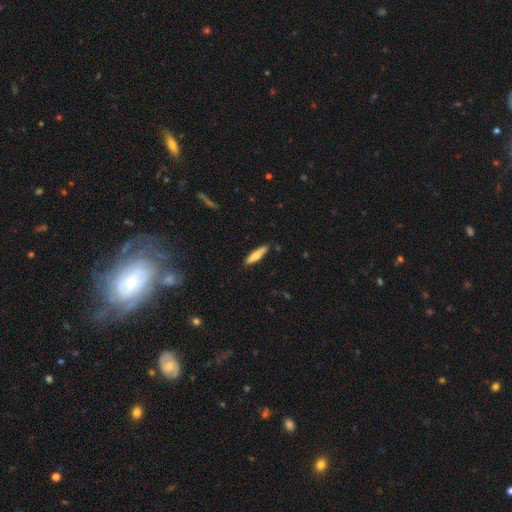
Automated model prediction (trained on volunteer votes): A smooth galaxy with no disk features (59%) that is cigar-shaped (78%).

Vote fractions:
- Smooth or featured? smooth: 59% / featured or disk: 35% / star or artifact: 6%
- How rounded? cigar-shaped: 78% / in between: 20% / round: 2%
- Merging? none: 87% / minor disturbance: 10% / major disturbance: 2% / merger: 1%